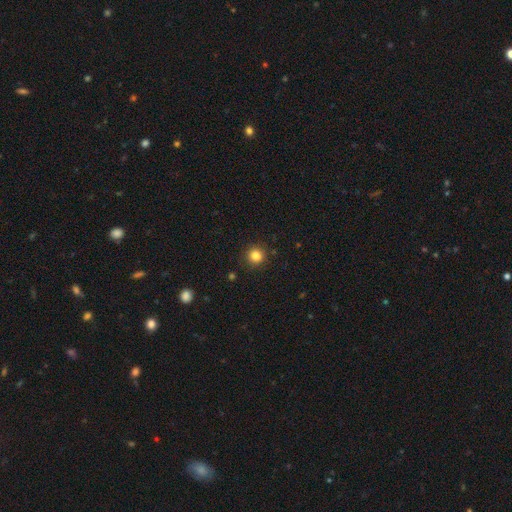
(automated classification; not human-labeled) This is clearly a smooth galaxy (84%). How rounded: clearly round (93%). Merging: clearly none (91%).